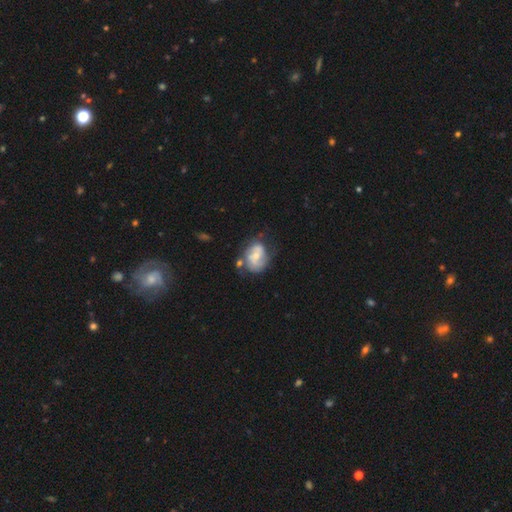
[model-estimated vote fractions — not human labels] A featured or disk galaxy (63%) with no bar (57%), spiral arms (78%) and a small central bulge (50%). Merging: none (46%).